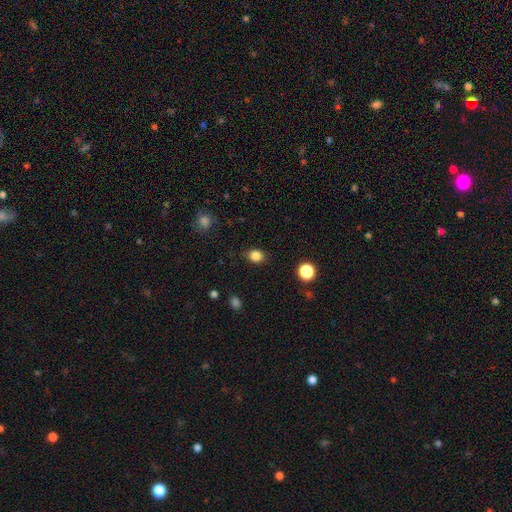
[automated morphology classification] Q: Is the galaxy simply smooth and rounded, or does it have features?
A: smooth — 85%.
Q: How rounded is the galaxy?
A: round — 59%.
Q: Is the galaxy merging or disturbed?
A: none — 84%.